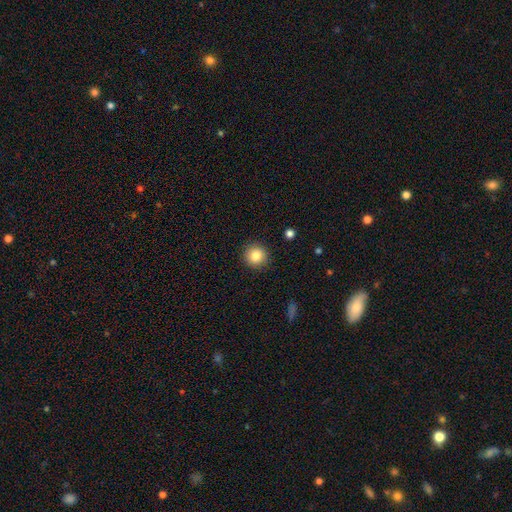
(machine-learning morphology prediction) smooth-or-featured: smooth: 84% | star or artifact: 9% | featured or disk: 6%
  how-rounded: round: 93% | in between: 6% | cigar-shaped: 1%
  merging: none: 90% | minor disturbance: 6% | major disturbance: 2% | merger: 1%